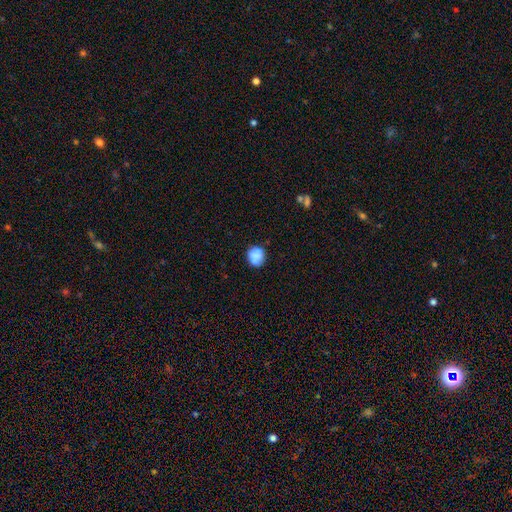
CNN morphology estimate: Smooth or featured?
  - smooth: 76% *
  - featured or disk: 15%
  - star or artifact: 9%
How rounded?
  - round: 76% *
  - in between: 23%
  - cigar-shaped: 1%
Merging?
  - none: 70% *
  - minor disturbance: 19%
  - merger: 6%
  - major disturbance: 5%